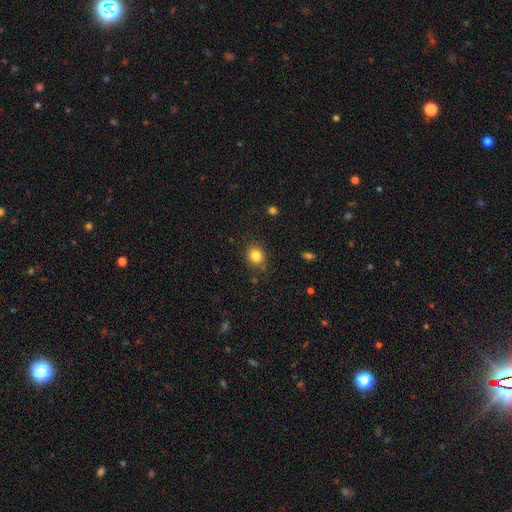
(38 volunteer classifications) Morphology: type=smooth (89%); roundness=round (76%); merging=none (71%).